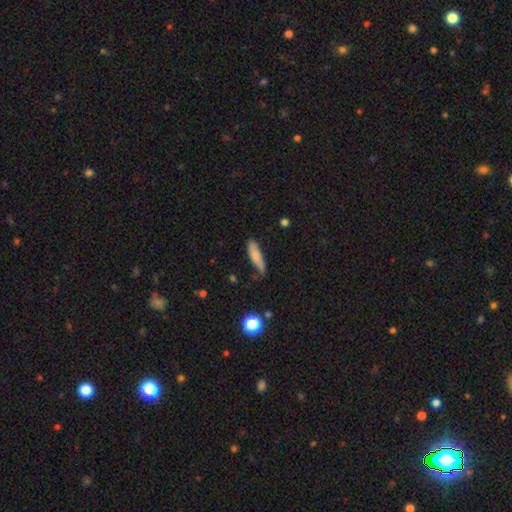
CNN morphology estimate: smooth 77%, featured or disk 16%, star or artifact 7%. Down the decision tree: how rounded — cigar-shaped (68%); merging — none (56%).